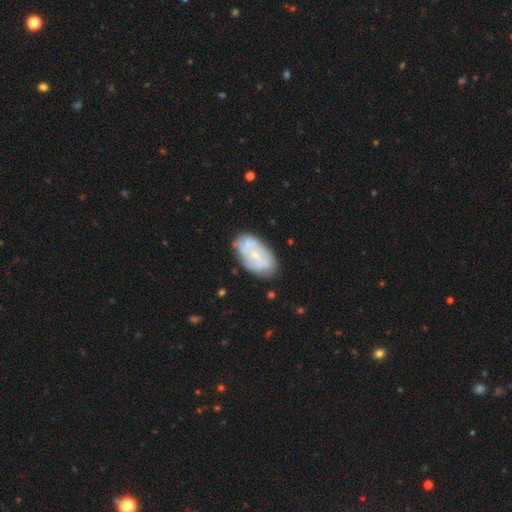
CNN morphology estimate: Smooth or featured?
  - featured or disk: 58% *
  - smooth: 36%
  - star or artifact: 7%
Edge-on disk?
  - no: 95% *
  - yes: 5%
Bar?
  - no: 62% *
  - weak: 30%
  - strong: 8%
Spiral arms?
  - no: 50% * (tied)
  - yes: 50% * (tied)
Bulge size?
  - small: 68% *
  - moderate: 22%
  - none: 8%
  - large: 1%
  - dominant: 1%
Merging?
  - none: 66% *
  - minor disturbance: 21%
  - merger: 6%
  - major disturbance: 6%